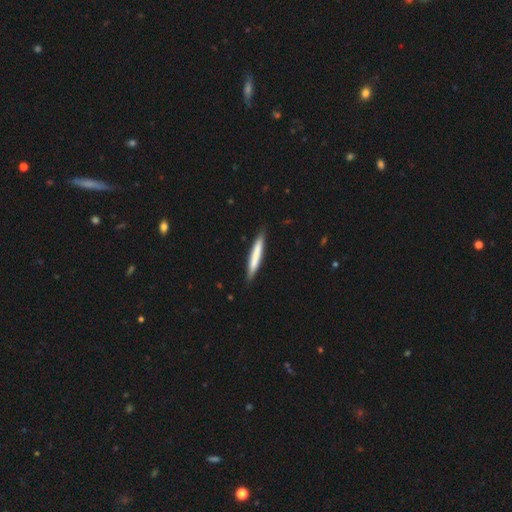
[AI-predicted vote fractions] Smooth or featured? smooth (70%)
How rounded? cigar-shaped (95%)
Merging? none (88%)